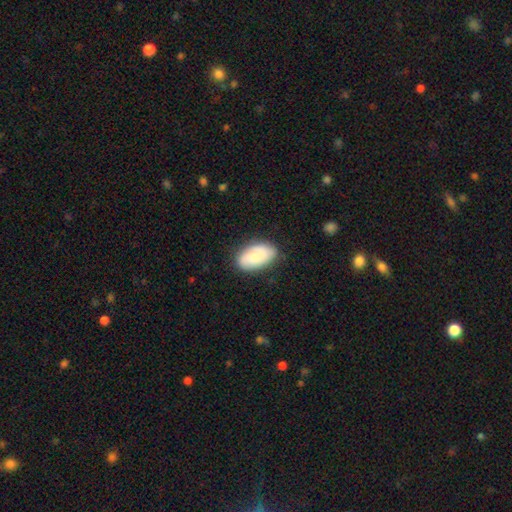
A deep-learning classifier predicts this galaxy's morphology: Q: Smooth or featured?
A: smooth (83%); runner-up: featured or disk (10%)
Q: How rounded?
A: in between (94%); runner-up: round (3%)
Q: Merging?
A: none (81%); runner-up: minor disturbance (14%)